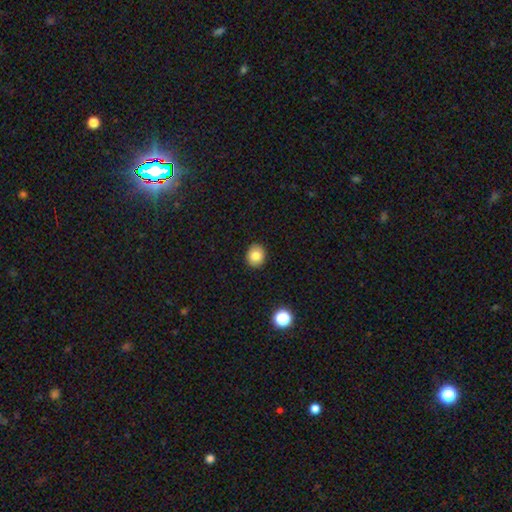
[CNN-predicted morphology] Smooth or featured? smooth (82%)
How rounded? round (72%)
Merging? none (91%)